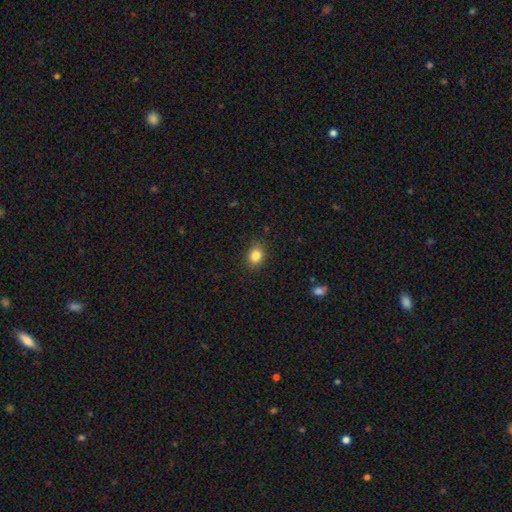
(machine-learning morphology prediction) smooth-or-featured: smooth: 85% | star or artifact: 10% | featured or disk: 5%
  how-rounded: round: 50% | in between: 49% | cigar-shaped: 1%
  merging: none: 86% | minor disturbance: 10% | major disturbance: 3% | merger: 1%